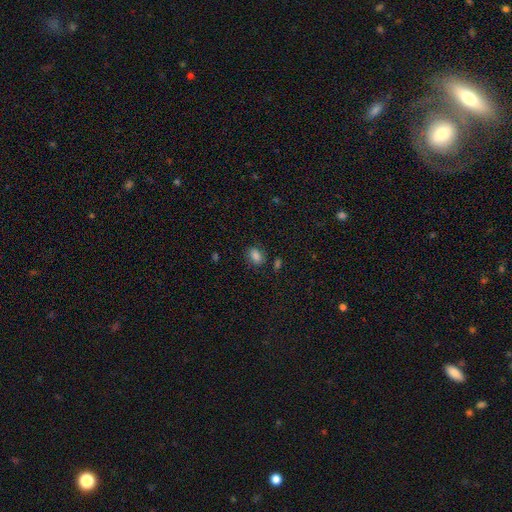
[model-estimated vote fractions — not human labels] Q: Smooth or featured?
A: smooth (82%); runner-up: star or artifact (12%)
Q: How rounded?
A: in between (72%); runner-up: round (26%)
Q: Merging?
A: none (77%); runner-up: minor disturbance (14%)